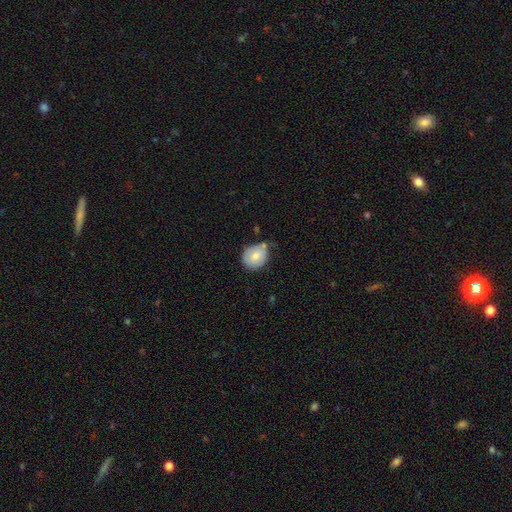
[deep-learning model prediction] This is likely a smooth galaxy (77%). How rounded: likely round (64%). Merging: possibly none (54%).